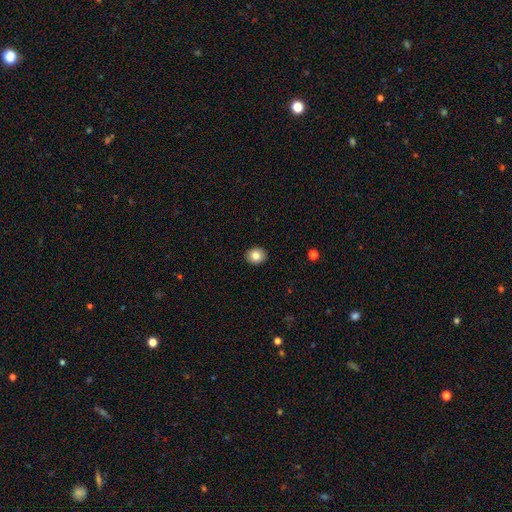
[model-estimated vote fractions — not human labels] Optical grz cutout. It shows a smooth galaxy with no disk features (83%) that is round (74%). Merging: none (92%).